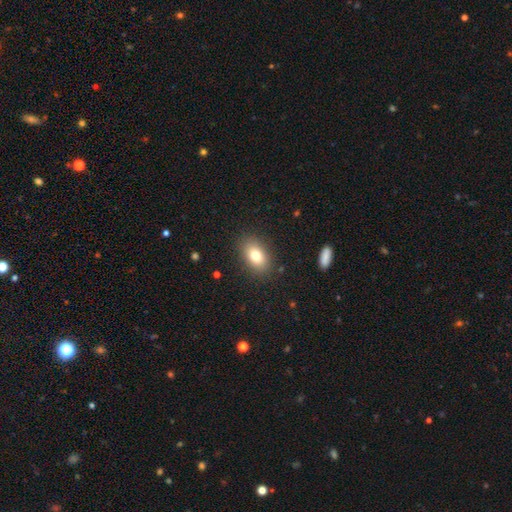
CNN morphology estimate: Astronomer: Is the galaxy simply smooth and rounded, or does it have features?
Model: smooth — 77%.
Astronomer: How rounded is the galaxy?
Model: in between — 82%.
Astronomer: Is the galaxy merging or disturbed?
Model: none — 87%.